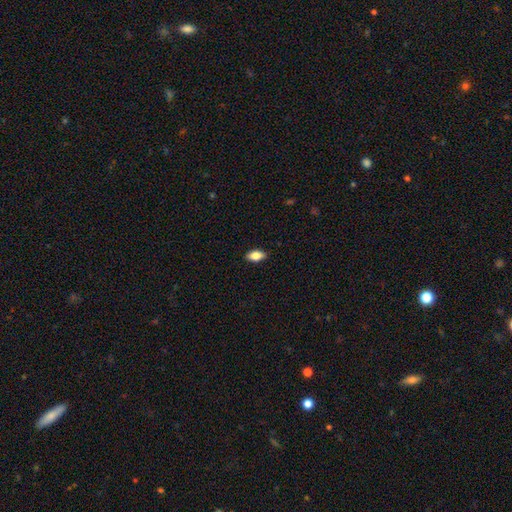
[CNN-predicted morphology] smooth 82%, featured or disk 11%, star or artifact 7%. Down the decision tree: how rounded — in between (89%); merging — none (89%).